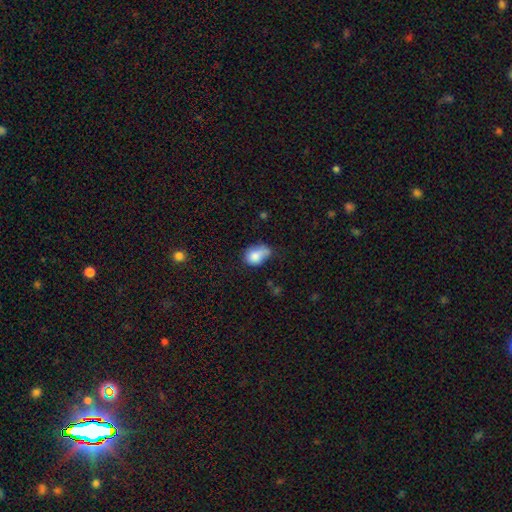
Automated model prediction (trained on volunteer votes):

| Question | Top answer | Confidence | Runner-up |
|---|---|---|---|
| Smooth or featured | smooth | 79% | featured or disk (12%) |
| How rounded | in between | 75% | round (23%) |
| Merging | minor disturbance | 38% | none (33%) |